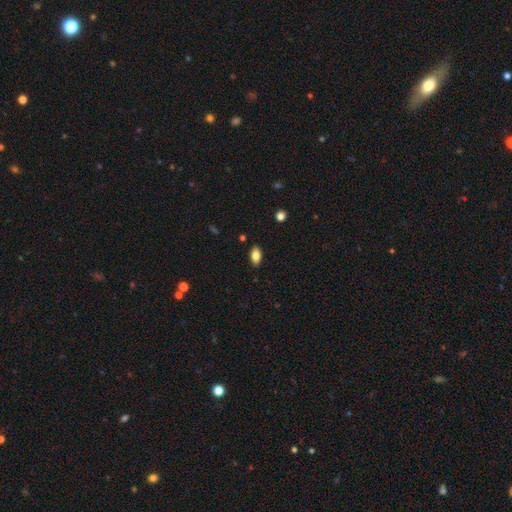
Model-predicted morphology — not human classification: A smooth galaxy with no disk features (81%) that is in between round and cigar-shaped (91%).

Vote fractions:
- Smooth or featured? smooth: 81% / featured or disk: 11% / star or artifact: 8%
- How rounded? in between: 91% / cigar-shaped: 5% / round: 4%
- Merging? none: 88% / minor disturbance: 9% / major disturbance: 2% / merger: 1%